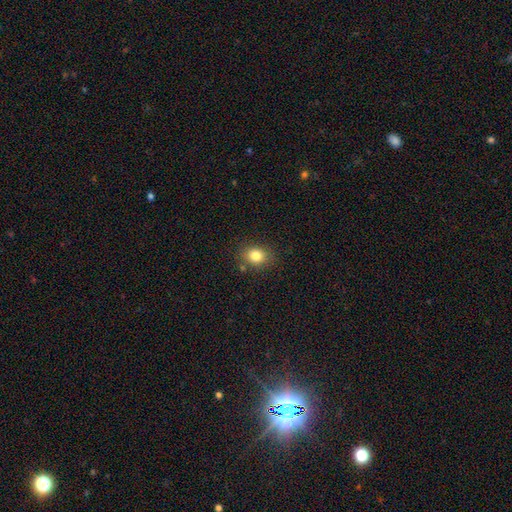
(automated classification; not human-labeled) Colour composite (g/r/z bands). It shows a smooth galaxy with no disk features (82%) that is round (54%). Merging: none (81%).